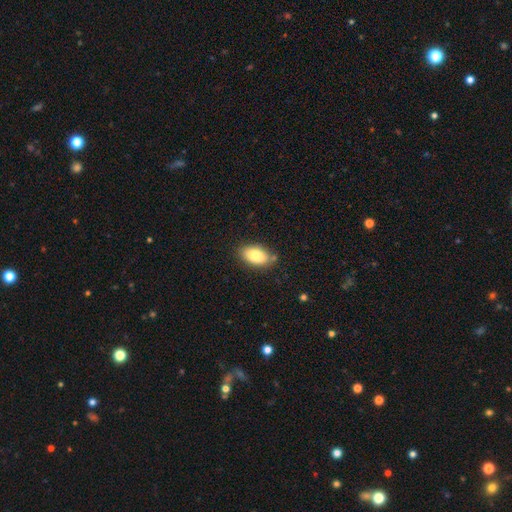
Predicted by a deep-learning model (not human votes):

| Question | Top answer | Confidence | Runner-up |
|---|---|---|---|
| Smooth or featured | smooth | 81% | featured or disk (12%) |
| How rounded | in between | 92% | round (5%) |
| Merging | none | 80% | minor disturbance (14%) |